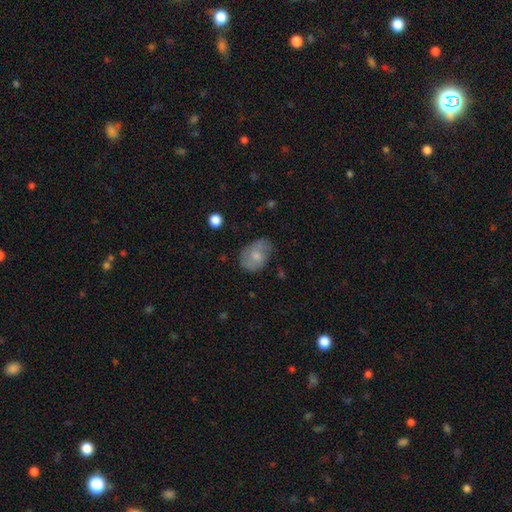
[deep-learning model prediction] Overall: smooth (66%; featured or disk 27%). How rounded: in between (73%). Merging: none (58%; minor disturbance 30%).